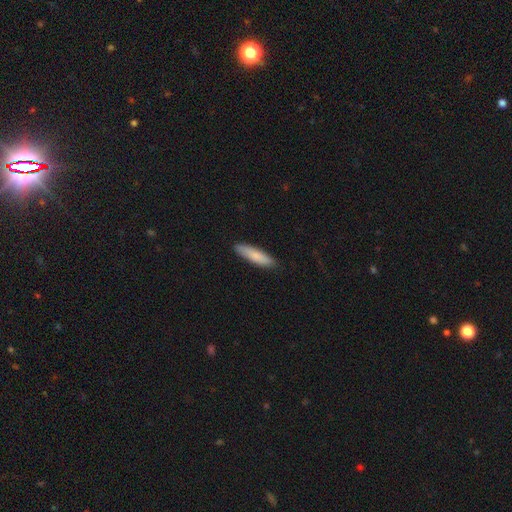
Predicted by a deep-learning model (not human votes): Morphology: type=smooth (82%); roundness=cigar-shaped (74%); merging=none (88%).